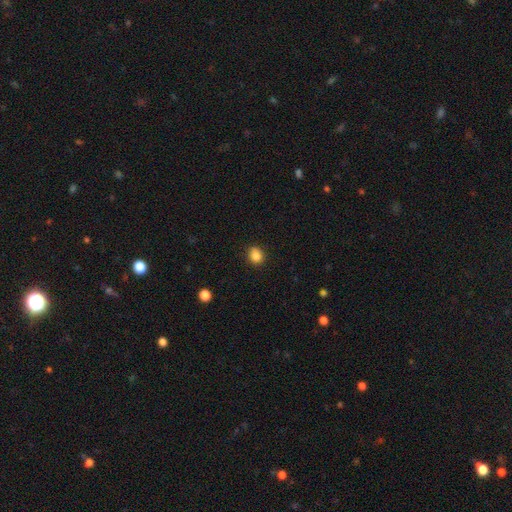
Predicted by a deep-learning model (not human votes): Smooth or featured? smooth (85%)
How rounded? round (71%)
Merging? none (83%)